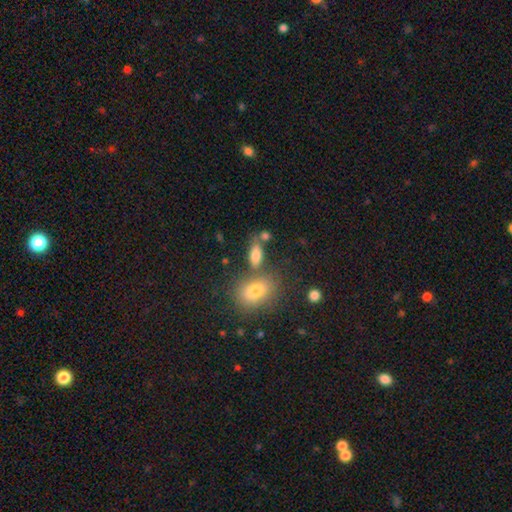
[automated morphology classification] Q: Smooth or featured?
A: smooth (76%); runner-up: featured or disk (12%)
Q: How rounded?
A: in between (78%); runner-up: cigar-shaped (13%)
Q: Merging?
A: none (60%); runner-up: merger (21%)